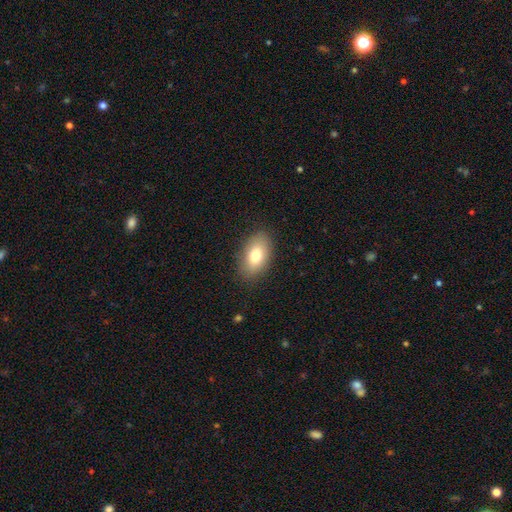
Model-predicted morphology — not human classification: Q: Smooth or featured?
A: smooth (78%); runner-up: featured or disk (14%)
Q: How rounded?
A: in between (91%); runner-up: round (7%)
Q: Merging?
A: none (85%); runner-up: minor disturbance (11%)